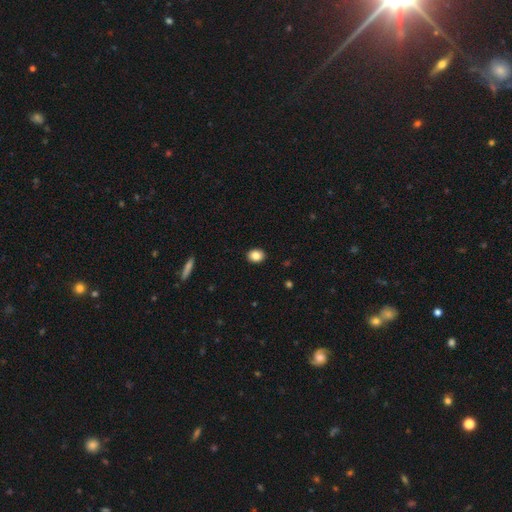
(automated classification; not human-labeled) smooth-or-featured: smooth: 85% | star or artifact: 9% | featured or disk: 7%
  how-rounded: round: 54% | in between: 45% | cigar-shaped: 1%
  merging: none: 91% | minor disturbance: 6% | major disturbance: 2% | merger: 1%